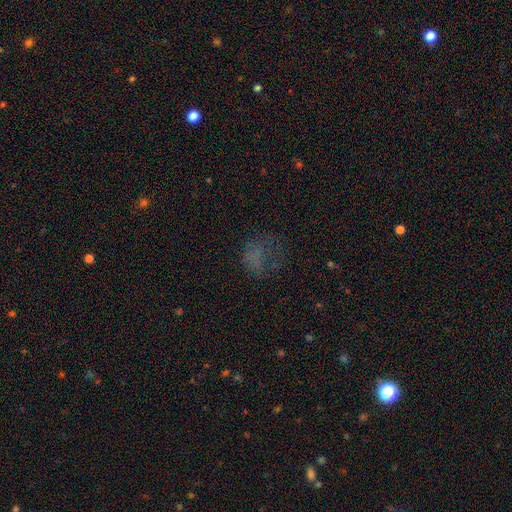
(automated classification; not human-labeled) Smooth or featured?
  - smooth: 50% *
  - star or artifact: 28%
  - featured or disk: 21%
How rounded?
  - round: 51% *
  - in between: 47%
  - cigar-shaped: 2%
Merging?
  - none: 42% *
  - major disturbance: 36%
  - minor disturbance: 20%
  - merger: 3%